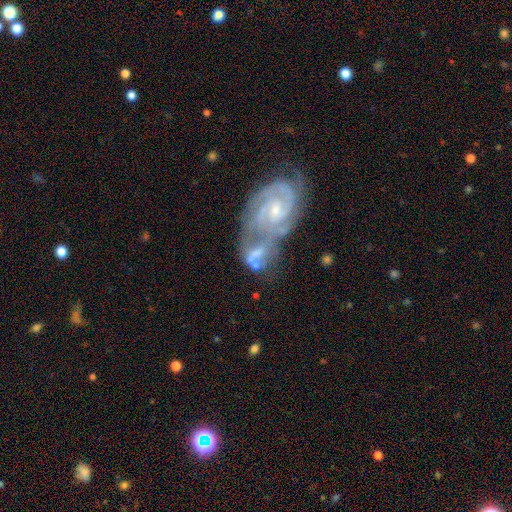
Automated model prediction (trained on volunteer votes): smooth_or_featured: featured or disk (p=0.72) [alt: smooth p=0.20]
disk_edge_on: no (p=0.97) [alt: yes p=0.03]
bar: no (p=0.57) [alt: weak p=0.33]
has_spiral_arms: yes (p=0.78) [alt: no p=0.22]
spiral_winding: tight (p=0.47) [alt: medium p=0.38]
spiral_arm_count: 2 (p=0.34) [tied with: can't tell p=0.34]
bulge_size: small (p=0.49) [alt: moderate p=0.34]
merging: merger (p=0.68) [alt: none p=0.13]